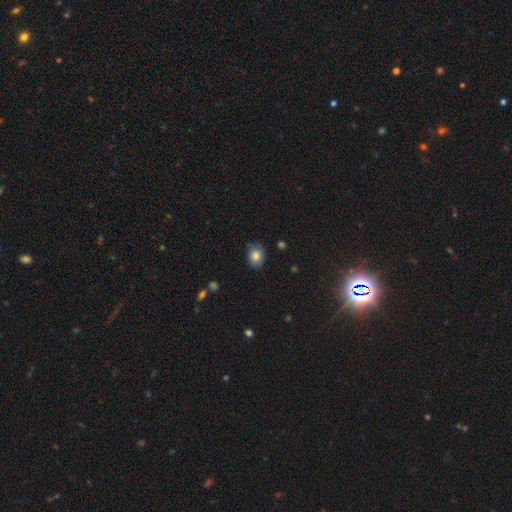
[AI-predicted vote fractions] Overall: smooth (81%). How rounded: in between (60%; round 39%). Merging: none (77%).